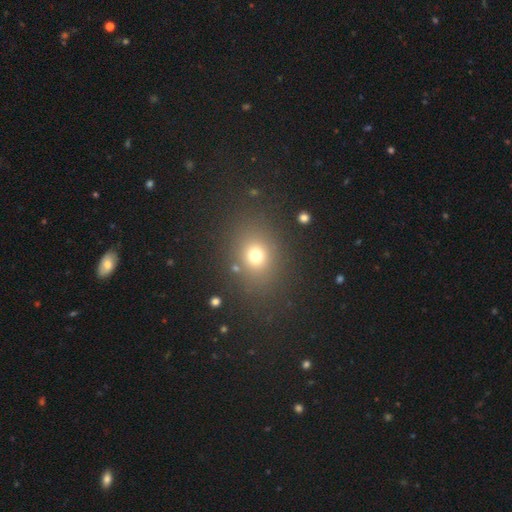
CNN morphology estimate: type=smooth (72%); roundness=round (60%); merging=none (83%).